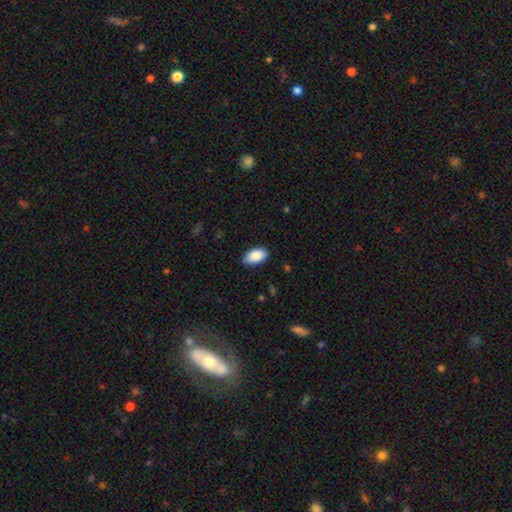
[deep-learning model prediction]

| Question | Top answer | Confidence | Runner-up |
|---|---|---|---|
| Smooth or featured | smooth | 88% | star or artifact (7%) |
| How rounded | in between | 95% | round (4%) |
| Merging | none | 83% | minor disturbance (14%) |